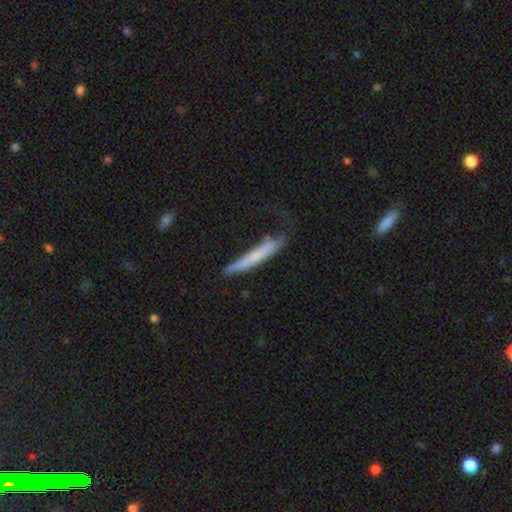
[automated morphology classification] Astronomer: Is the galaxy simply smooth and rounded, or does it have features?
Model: smooth — 64%.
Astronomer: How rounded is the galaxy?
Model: cigar-shaped — 95%.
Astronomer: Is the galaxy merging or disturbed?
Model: none — 54%.